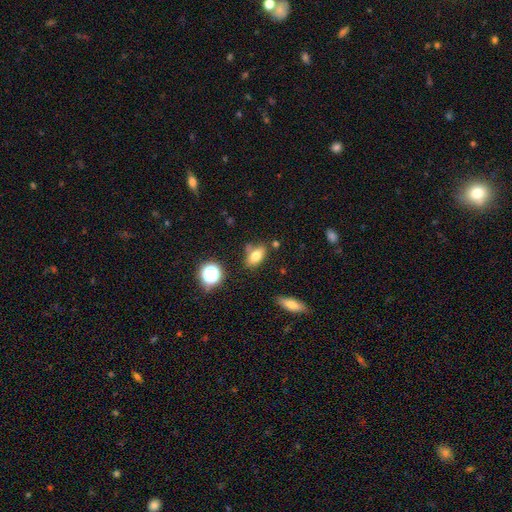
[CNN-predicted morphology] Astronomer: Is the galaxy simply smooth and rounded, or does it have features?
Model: smooth — 75%.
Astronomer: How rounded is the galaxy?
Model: in between — 84%.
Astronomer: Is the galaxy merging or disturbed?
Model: none — 64%.